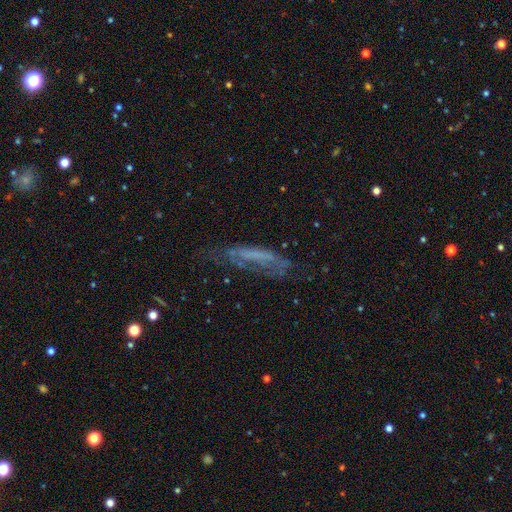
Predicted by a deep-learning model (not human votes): Q: Smooth or featured?
A: featured or disk (47%); runner-up: smooth (38%)
Q: Merging?
A: none (46%); runner-up: minor disturbance (27%)